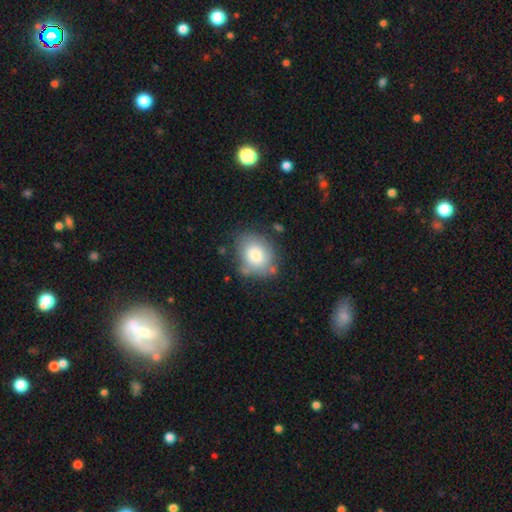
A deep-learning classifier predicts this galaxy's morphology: Smooth or featured: smooth — 78% (featured or disk — 14%)
How rounded: round — 50% (in between — 49%)
Merging: none — 62% (minor disturbance — 24%)